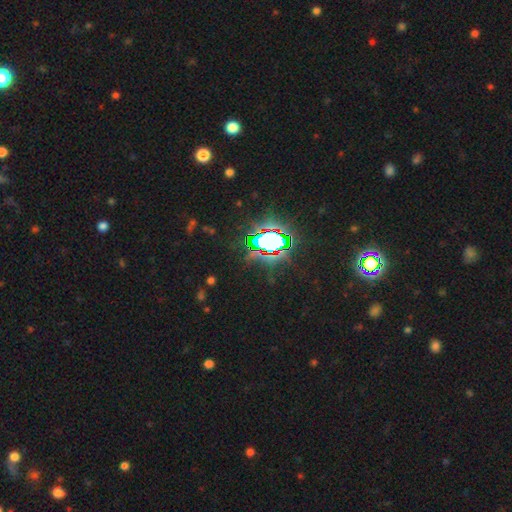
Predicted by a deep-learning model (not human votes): Morphology: type=star or artifact (79%).